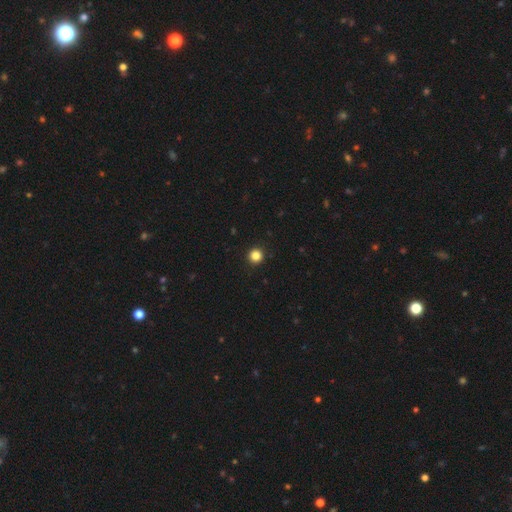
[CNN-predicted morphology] The model was most divided on "smooth or featured": smooth: 84%, star or artifact: 12%, featured or disk: 3%. More confident: how rounded — round (95%); merging — none (94%).